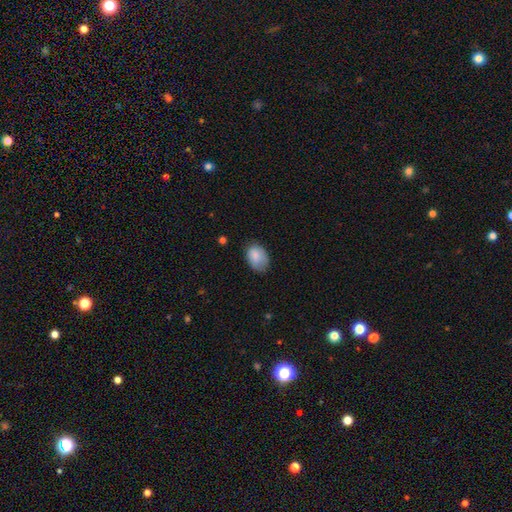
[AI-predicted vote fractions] Smooth or featured? Predicted: smooth (p=0.85). How rounded? Predicted: in between (p=0.83). Merging? Predicted: none (p=0.65).